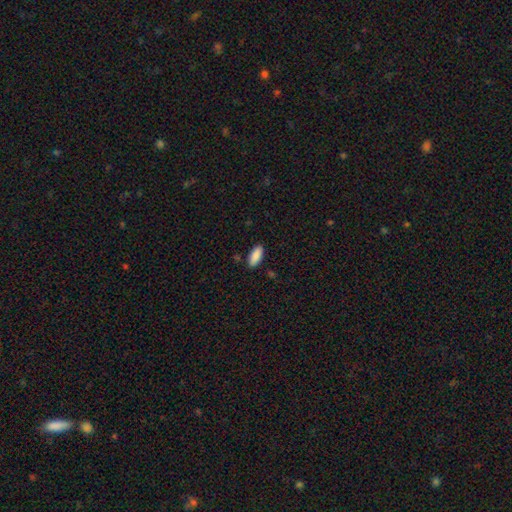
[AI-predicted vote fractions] This appears to be a smooth galaxy with no disk features (89%) that is in between round and cigar-shaped (83%). Merging: none (87%).